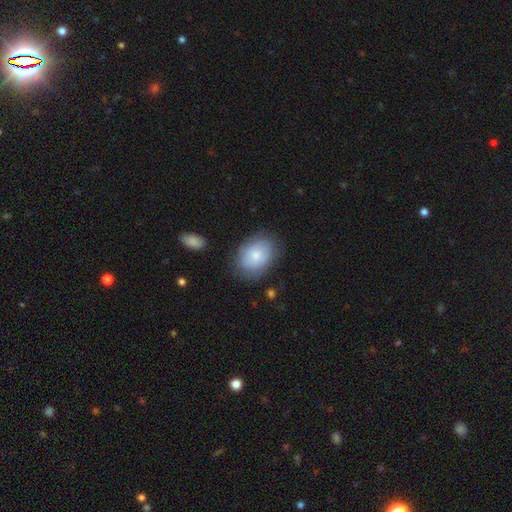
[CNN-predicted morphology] A smooth galaxy with no disk features (69%) that is in between round and cigar-shaped (71%). Merging: none (73%).